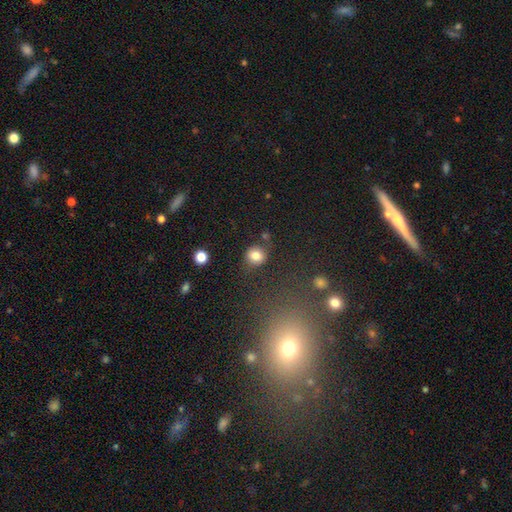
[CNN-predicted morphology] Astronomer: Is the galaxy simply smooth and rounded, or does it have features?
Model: smooth — 82%.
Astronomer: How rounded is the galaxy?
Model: round — 83%.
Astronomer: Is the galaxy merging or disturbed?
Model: none — 79%.